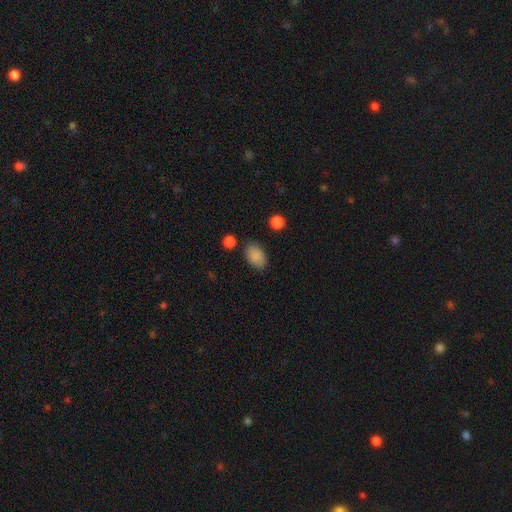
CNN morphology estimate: Q: Smooth or featured?
A: smooth (88%); runner-up: star or artifact (8%)
Q: How rounded?
A: in between (89%); runner-up: round (10%)
Q: Merging?
A: none (82%); runner-up: minor disturbance (13%)